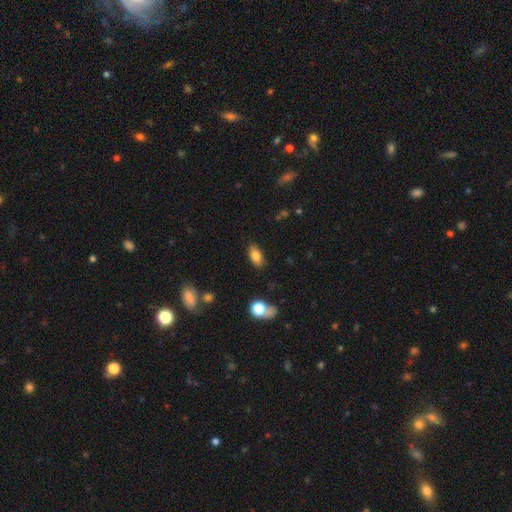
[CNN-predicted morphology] Q: Smooth or featured?
A: smooth (79%); runner-up: featured or disk (13%)
Q: How rounded?
A: in between (85%); runner-up: cigar-shaped (10%)
Q: Merging?
A: none (85%); runner-up: minor disturbance (10%)